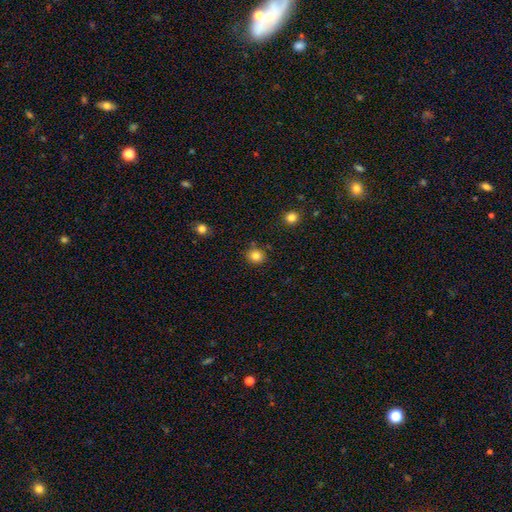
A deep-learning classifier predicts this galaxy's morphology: Smooth or featured? Predicted: smooth (p=0.83). How rounded? Predicted: round (p=0.82). Merging? Predicted: none (p=0.84).